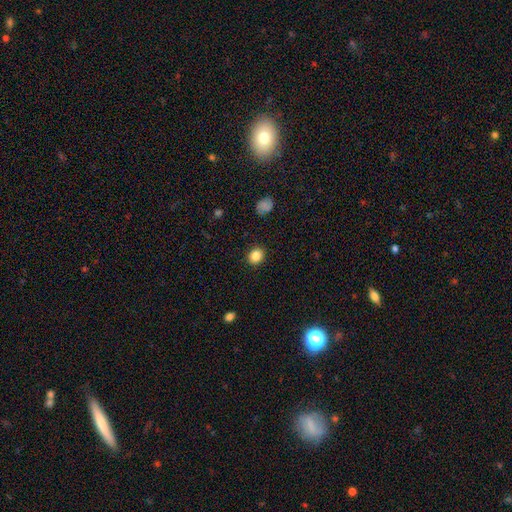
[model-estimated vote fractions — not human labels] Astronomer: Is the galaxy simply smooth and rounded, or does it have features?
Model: smooth — 85%.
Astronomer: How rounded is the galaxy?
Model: round — 69%.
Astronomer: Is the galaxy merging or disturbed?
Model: none — 90%.